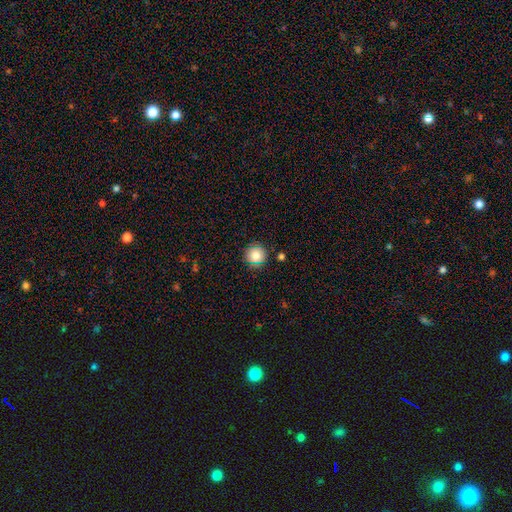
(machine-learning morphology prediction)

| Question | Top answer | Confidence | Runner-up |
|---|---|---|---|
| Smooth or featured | smooth | 81% | star or artifact (11%) |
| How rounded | round | 95% | in between (4%) |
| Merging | none | 87% | minor disturbance (8%) |